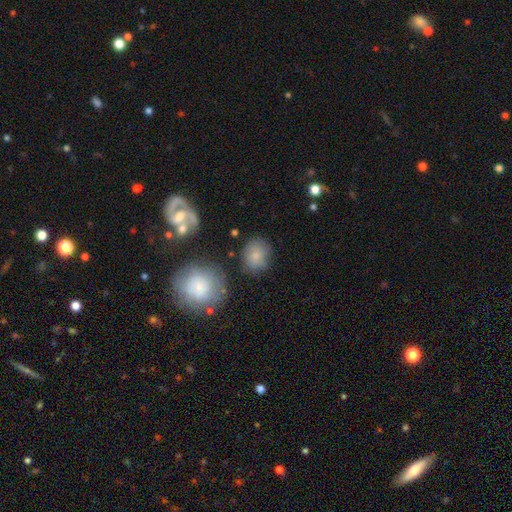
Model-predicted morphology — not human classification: A smooth galaxy with no disk features (79%) that is round (66%). Merging: none (72%).